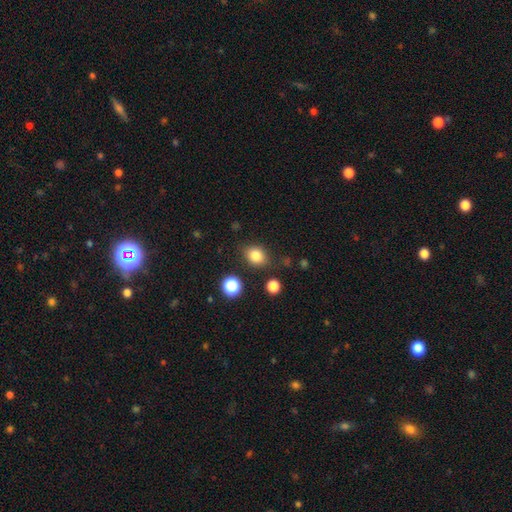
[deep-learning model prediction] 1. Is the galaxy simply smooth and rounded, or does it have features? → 82% smooth, 11% star or artifact, 6% featured or disk.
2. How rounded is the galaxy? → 51% round, 48% in between, 1% cigar-shaped.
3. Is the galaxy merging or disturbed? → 81% none, 12% minor disturbance, 4% major disturbance, 3% merger.